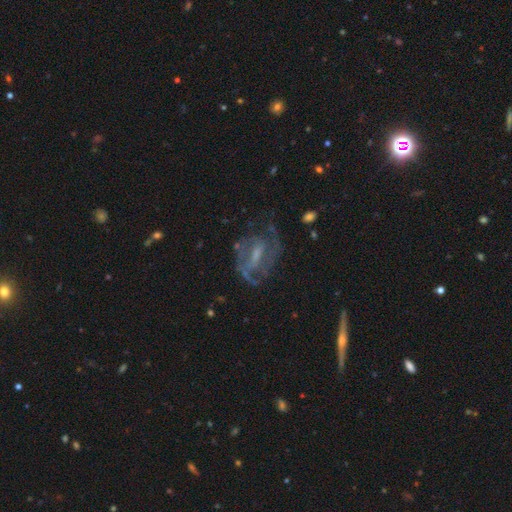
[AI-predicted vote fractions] smooth-or-featured: featured or disk: 78% | smooth: 13% | star or artifact: 9%
  disk-edge-on: no: 95% | yes: 5%
    bar: weak: 48% | strong: 26% | no: 26%
    has-spiral-arms: yes: 84% | no: 16%
      spiral-winding: medium: 45% | tight: 37% | loose: 17%
      spiral-arm-count: 2: 47% | can't tell: 29% | 3: 11% | 1: 8% | 4: 3% | more than 4: 3%
    bulge-size: small: 43% | moderate: 33% | none: 19% | large: 4% | dominant: 1%
  merging: none: 58% | major disturbance: 20% | minor disturbance: 19% | merger: 2%